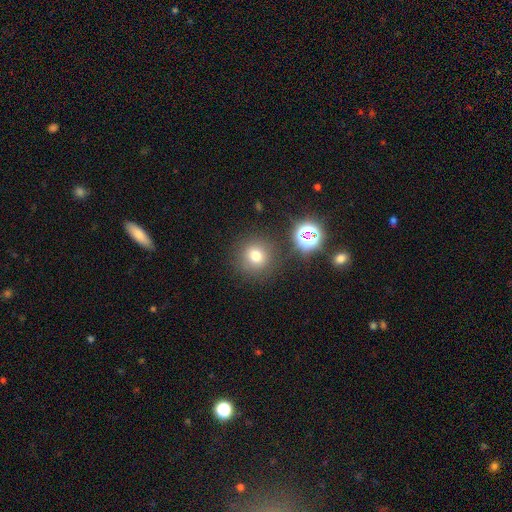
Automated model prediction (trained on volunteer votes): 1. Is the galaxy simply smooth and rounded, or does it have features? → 72% smooth, 19% star or artifact, 9% featured or disk.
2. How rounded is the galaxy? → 91% round, 8% in between, 1% cigar-shaped.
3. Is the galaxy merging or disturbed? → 83% none, 9% minor disturbance, 4% merger, 4% major disturbance.